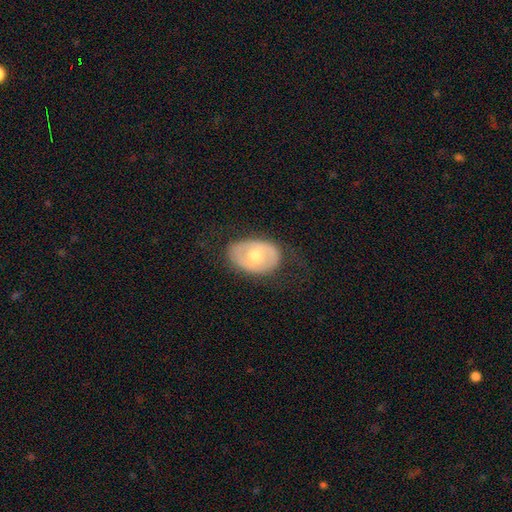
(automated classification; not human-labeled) The model was most divided on "smooth or featured": featured or disk: 49%, smooth: 45%, star or artifact: 6%. More confident: merging — none (75%).